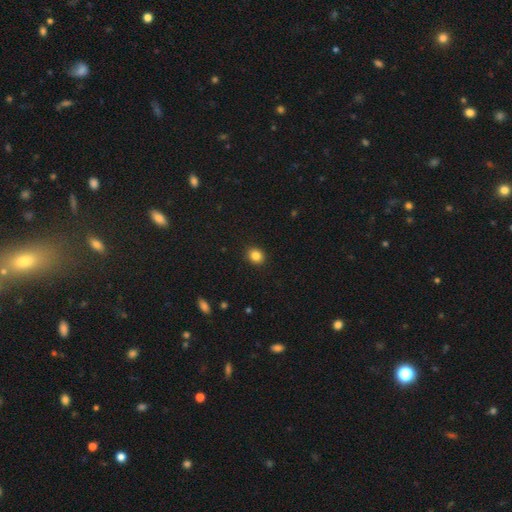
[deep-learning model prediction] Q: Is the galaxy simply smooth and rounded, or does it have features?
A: smooth — 84%.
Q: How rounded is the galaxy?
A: round — 72%.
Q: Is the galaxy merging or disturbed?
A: none — 91%.